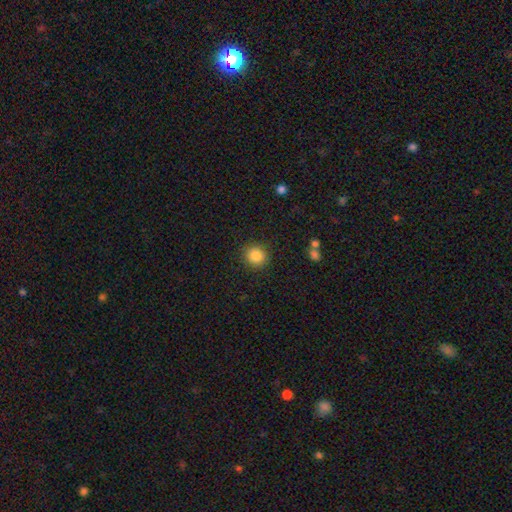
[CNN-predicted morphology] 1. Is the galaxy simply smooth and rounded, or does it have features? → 85% smooth, 10% star or artifact, 5% featured or disk.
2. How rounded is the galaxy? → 90% round, 9% in between, 1% cigar-shaped.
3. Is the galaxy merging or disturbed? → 90% none, 6% minor disturbance, 2% major disturbance, 1% merger.